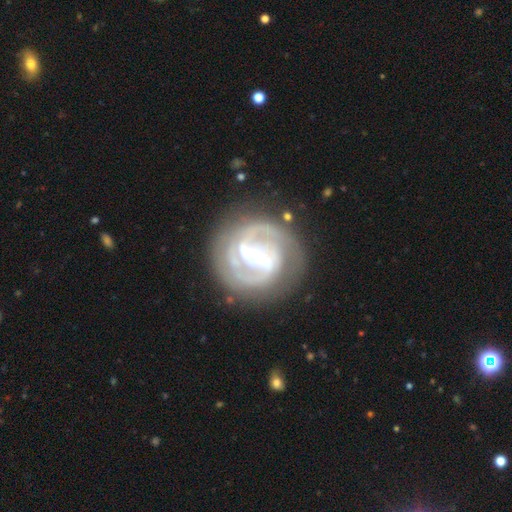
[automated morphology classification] Smooth or featured? featured or disk (90%)
Edge-on disk? no (98%)
Bar? strong (56%)
Spiral arms? yes (97%)
Spiral winding? tight (46%)
Spiral arm count? 2 (79%)
Bulge size? moderate (66%)
Merging? none (77%)